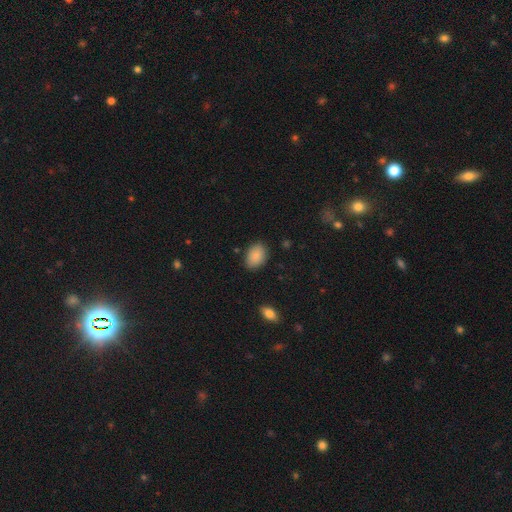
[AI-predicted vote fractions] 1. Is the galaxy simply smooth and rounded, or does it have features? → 88% smooth, 7% star or artifact, 5% featured or disk.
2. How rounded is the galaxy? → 82% in between, 17% round, 1% cigar-shaped.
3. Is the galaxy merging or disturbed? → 84% none, 12% minor disturbance, 3% major disturbance, 1% merger.